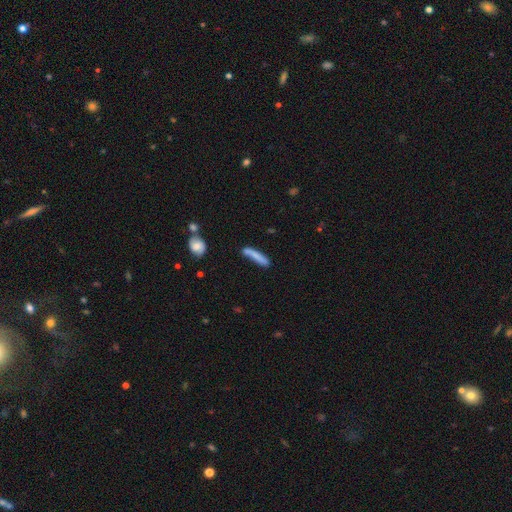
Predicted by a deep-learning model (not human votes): This appears to be a smooth galaxy with no disk features (75%) that is cigar-shaped (89%). Merging: none (62%).